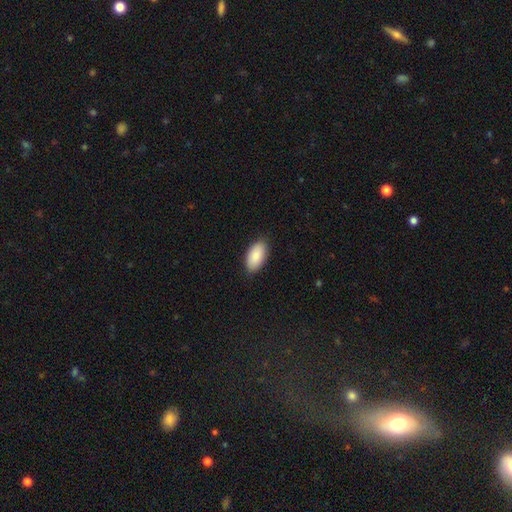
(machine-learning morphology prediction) smooth-or-featured: smooth: 89% | star or artifact: 6% | featured or disk: 5%
  how-rounded: in between: 95% | cigar-shaped: 3% | round: 2%
  merging: none: 87% | minor disturbance: 10% | major disturbance: 2% | merger: 1%